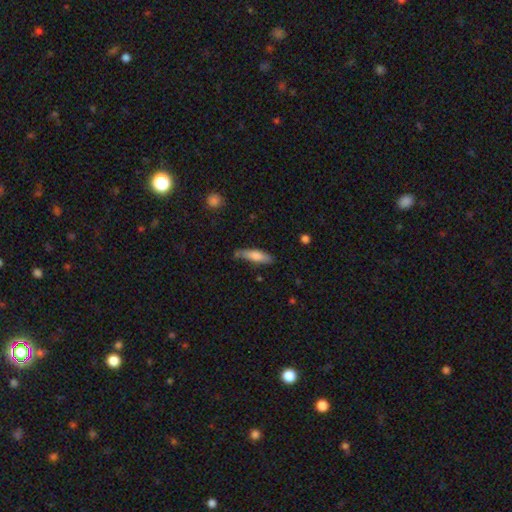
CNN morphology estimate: This is likely a smooth galaxy (73%). How rounded: likely cigar-shaped (67%). Merging: likely none (68%).